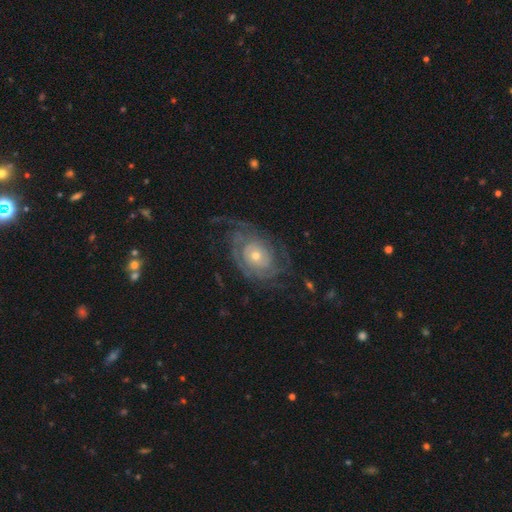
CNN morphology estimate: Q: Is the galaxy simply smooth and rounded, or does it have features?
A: featured or disk — 87%.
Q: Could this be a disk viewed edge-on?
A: no — 97%.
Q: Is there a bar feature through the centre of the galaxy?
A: no — 78%.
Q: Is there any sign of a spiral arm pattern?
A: yes — 94%.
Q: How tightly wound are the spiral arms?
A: tight — 65%.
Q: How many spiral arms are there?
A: can't tell — 35%.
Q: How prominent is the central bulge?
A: small — 49%.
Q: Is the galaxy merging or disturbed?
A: none — 64%.